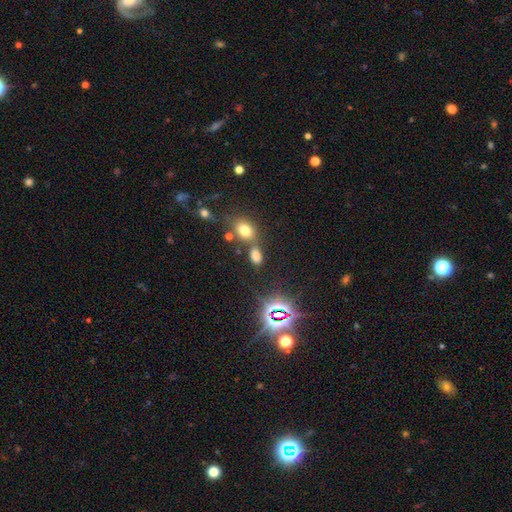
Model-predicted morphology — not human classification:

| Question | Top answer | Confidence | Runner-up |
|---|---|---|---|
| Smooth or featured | smooth | 66% | star or artifact (27%) |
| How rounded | in between | 86% | round (11%) |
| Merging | none | 56% | merger (28%) |